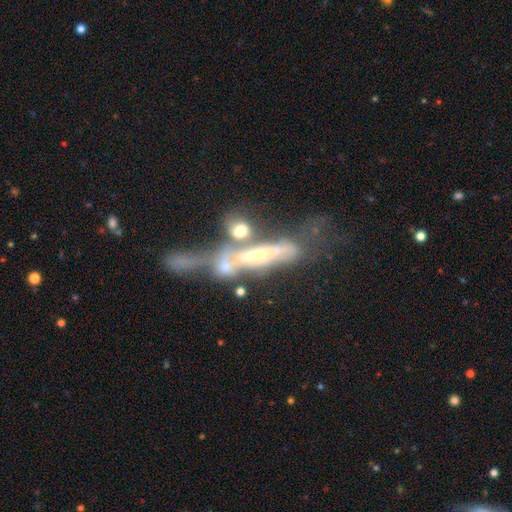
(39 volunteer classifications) Volunteers were most divided on "edge-on bulge": rounded: 47%, boxy: 42%, none: 11%. Remaining: smooth or featured — featured or disk (77%); edge-on disk — yes (63%); merging — merger (49%).